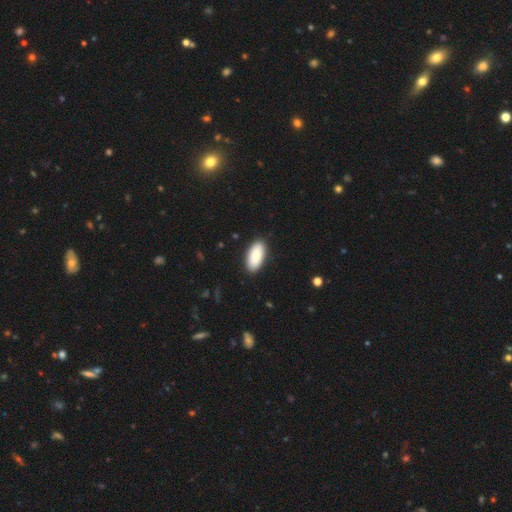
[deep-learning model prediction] A smooth galaxy with no disk features (88%) that is in between round and cigar-shaped (92%).

Vote fractions:
- Smooth or featured? smooth: 88% / featured or disk: 6% / star or artifact: 6%
- How rounded? in between: 92% / cigar-shaped: 6% / round: 2%
- Merging? none: 89% / minor disturbance: 8% / major disturbance: 2% / merger: 1%